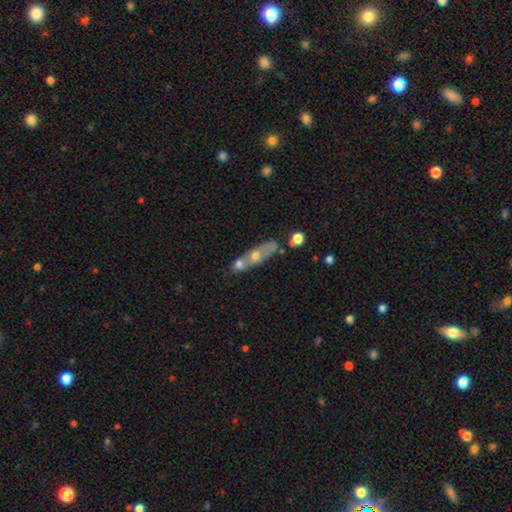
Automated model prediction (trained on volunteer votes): Morphology: type=smooth (47%); merging=merger (40%, tied with none).